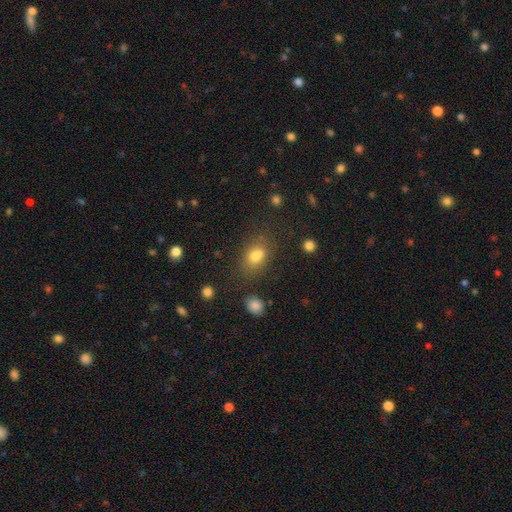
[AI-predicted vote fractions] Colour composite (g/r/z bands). It shows a smooth galaxy with no disk features (76%) that is in between round and cigar-shaped (71%). Merging: none (62%).